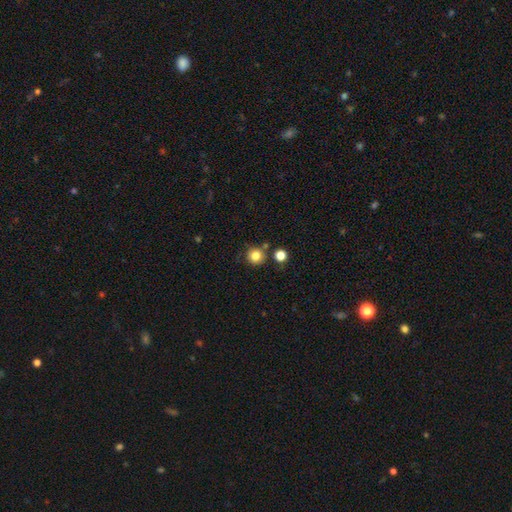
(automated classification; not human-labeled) The model was most divided on "merging": none: 78%, minor disturbance: 10%, merger: 9%, major disturbance: 3%. More confident: how rounded — round (93%); smooth or featured — smooth (82%).